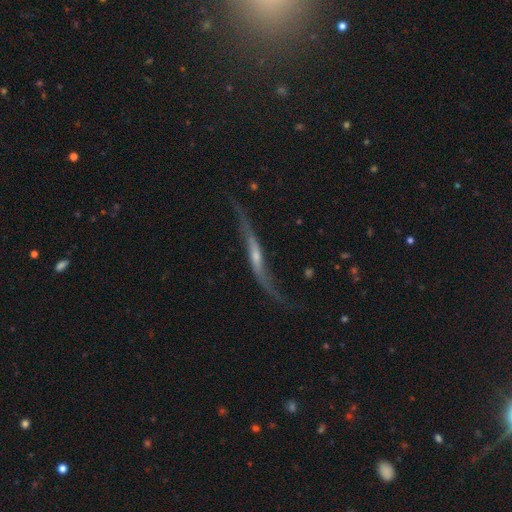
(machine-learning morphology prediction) type=featured or disk (82%); edge-on=yes (57%); merging=none (56%).